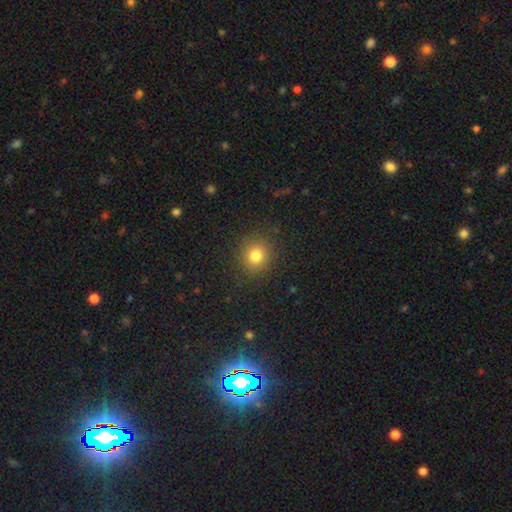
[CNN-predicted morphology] Overall: smooth (79%). How rounded: round (83%). Merging: none (88%).